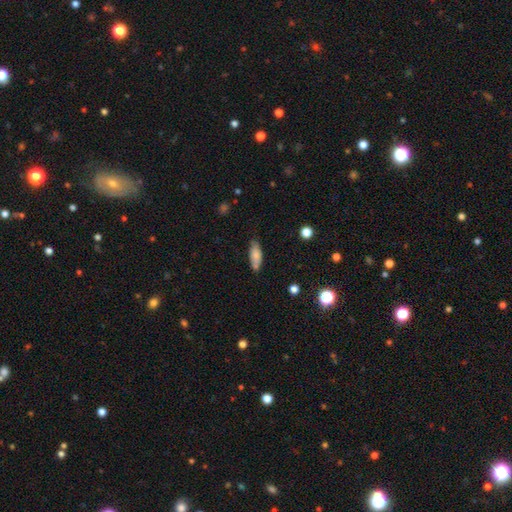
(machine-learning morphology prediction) Smooth or featured: smooth — 76% (featured or disk — 16%)
How rounded: in between — 68% (cigar-shaped — 30%)
Merging: none — 71% (minor disturbance — 21%)